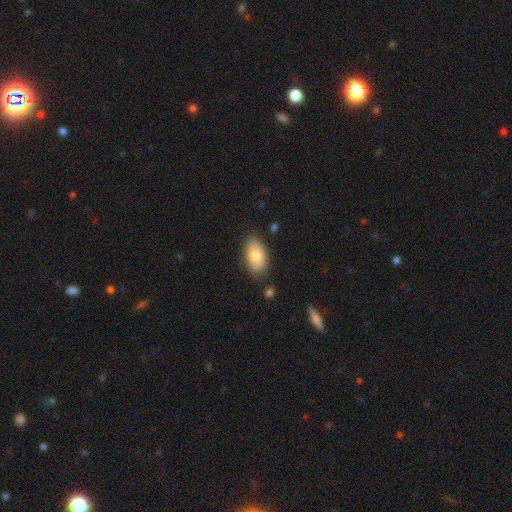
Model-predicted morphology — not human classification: A smooth galaxy with no disk features (80%) that is in between round and cigar-shaped (93%).

Vote fractions:
- Smooth or featured? smooth: 80% / featured or disk: 13% / star or artifact: 6%
- How rounded? in between: 93% / round: 5% / cigar-shaped: 2%
- Merging? none: 81% / minor disturbance: 14% / major disturbance: 3% / merger: 2%